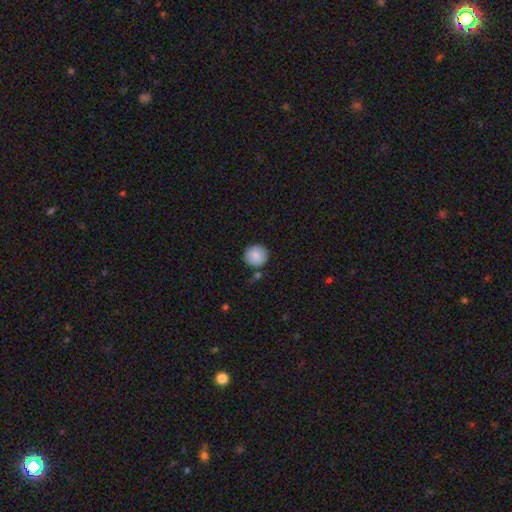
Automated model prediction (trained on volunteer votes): A smooth galaxy with no disk features (87%) that is round (93%). Merging: none (84%).